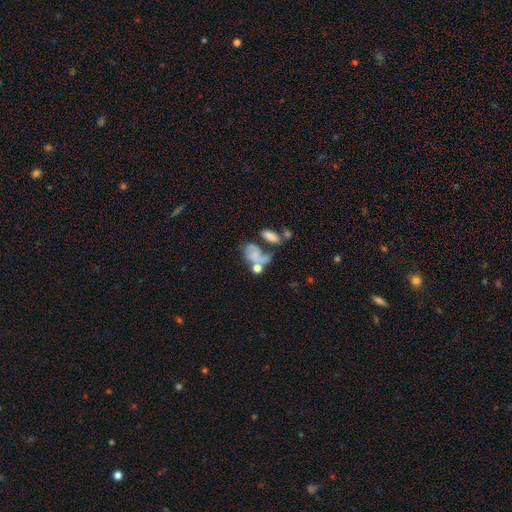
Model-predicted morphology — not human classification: Q: Smooth or featured?
A: smooth (48%); runner-up: featured or disk (40%)
Q: Merging?
A: merger (36%); runner-up: major disturbance (26%)